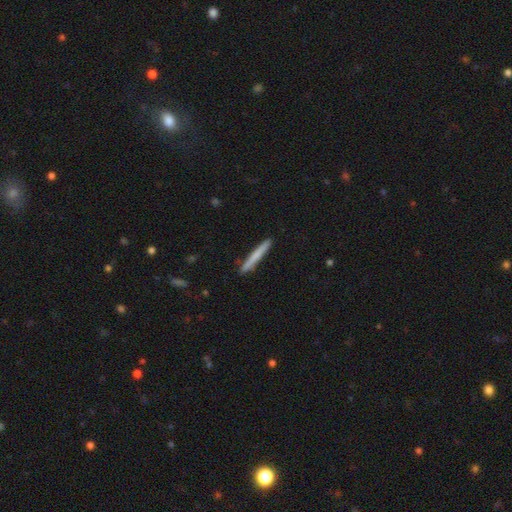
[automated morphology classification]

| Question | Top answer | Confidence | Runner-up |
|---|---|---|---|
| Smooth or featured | smooth | 68% | featured or disk (27%) |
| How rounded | cigar-shaped | 97% | in between (2%) |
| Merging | none | 90% | minor disturbance (7%) |